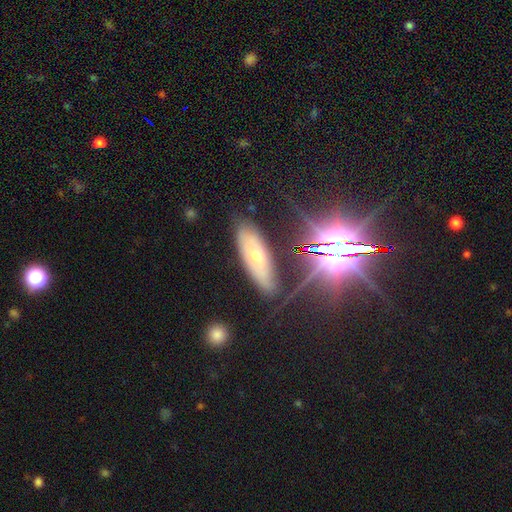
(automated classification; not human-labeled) The model was most divided on "smooth or featured": smooth: 41%, featured or disk: 40%, star or artifact: 19%. More confident: merging — none (78%).